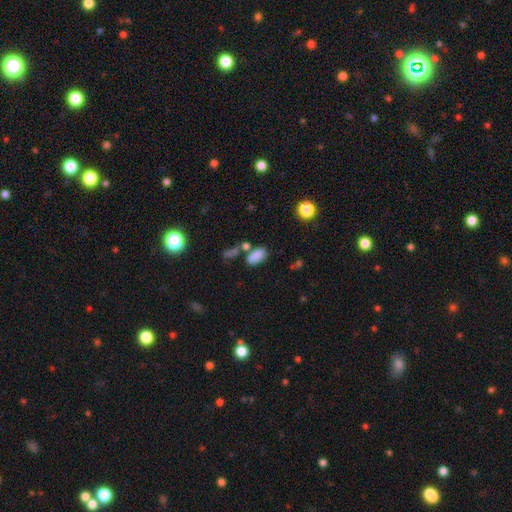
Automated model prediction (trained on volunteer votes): smooth 82%, star or artifact 12%, featured or disk 7%. Down the decision tree: how rounded — in between (91%); merging — none (57%).